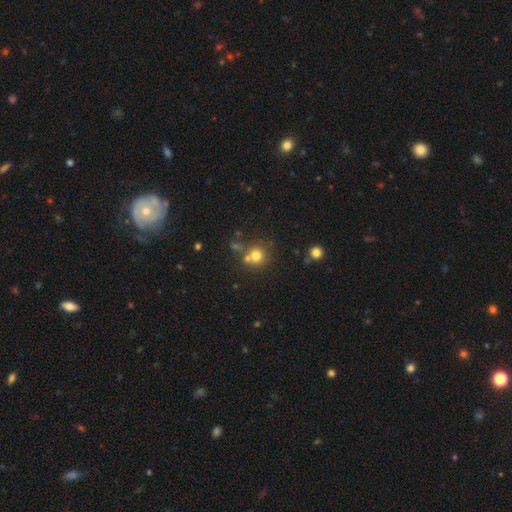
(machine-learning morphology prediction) The model was most divided on "merging": none: 62%, merger: 25%, minor disturbance: 9%, major disturbance: 4%. More confident: how rounded — round (90%); smooth or featured — smooth (74%).